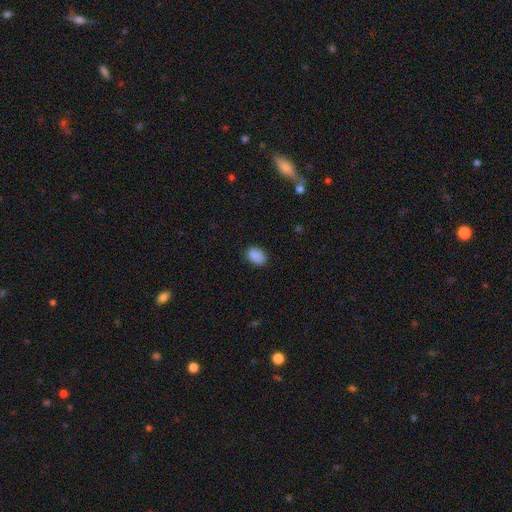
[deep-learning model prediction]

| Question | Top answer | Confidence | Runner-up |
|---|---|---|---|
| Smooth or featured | smooth | 88% | star or artifact (9%) |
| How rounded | in between | 82% | round (17%) |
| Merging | none | 82% | minor disturbance (13%) |